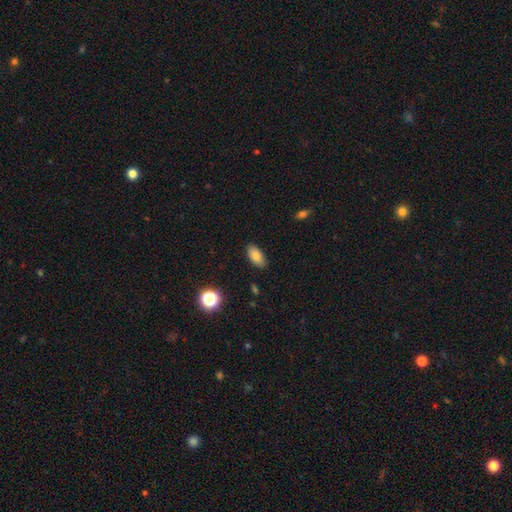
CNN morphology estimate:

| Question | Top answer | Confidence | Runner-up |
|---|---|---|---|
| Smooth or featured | smooth | 80% | featured or disk (11%) |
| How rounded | in between | 91% | cigar-shaped (5%) |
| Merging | none | 87% | minor disturbance (10%) |